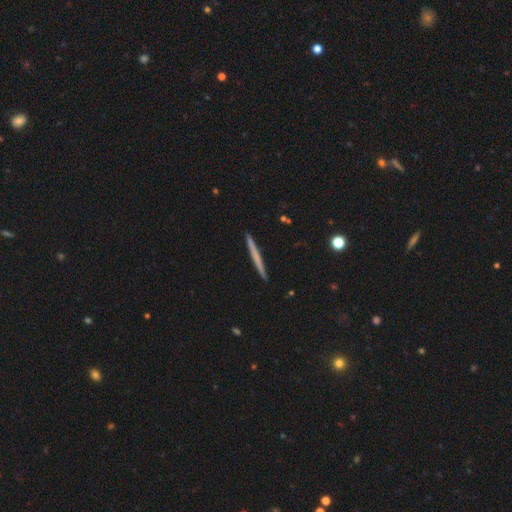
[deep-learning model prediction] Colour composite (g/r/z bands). It shows a smooth galaxy with no disk features (52%) that is cigar-shaped (97%). Merging: none (93%).